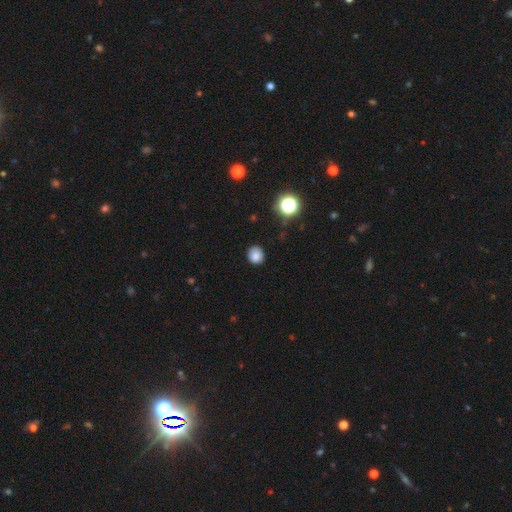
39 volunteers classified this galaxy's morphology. Smooth or featured? smooth (92%)
How rounded? round (75%)
Merging? none (87%)